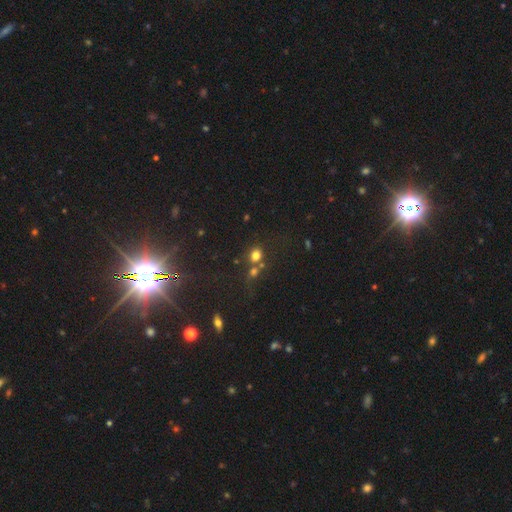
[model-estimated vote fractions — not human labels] smooth-or-featured: smooth: 71% | star or artifact: 20% | featured or disk: 9%
  how-rounded: round: 74% | in between: 25% | cigar-shaped: 1%
  merging: none: 53% | merger: 32% | minor disturbance: 9% | major disturbance: 5%